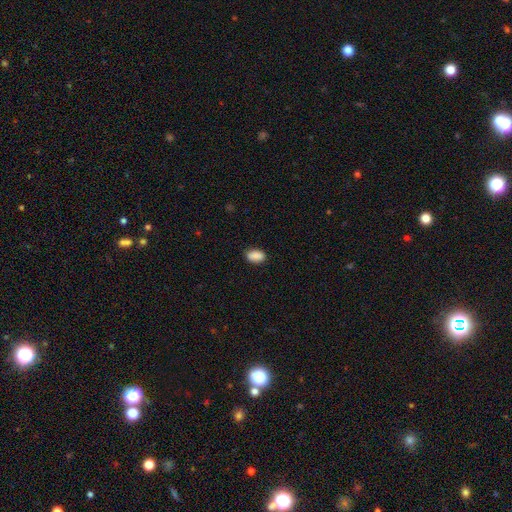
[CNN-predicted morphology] Q: Smooth or featured?
A: smooth (89%); runner-up: star or artifact (8%)
Q: How rounded?
A: in between (89%); runner-up: round (9%)
Q: Merging?
A: none (86%); runner-up: minor disturbance (11%)